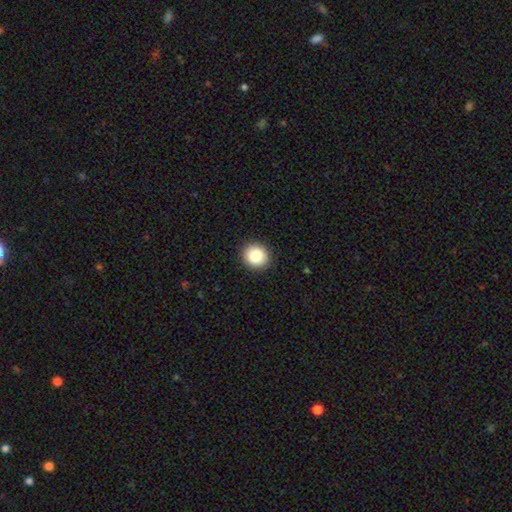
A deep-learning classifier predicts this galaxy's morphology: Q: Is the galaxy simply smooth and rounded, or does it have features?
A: smooth — 86%.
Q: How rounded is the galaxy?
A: round — 87%.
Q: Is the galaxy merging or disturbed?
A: none — 92%.